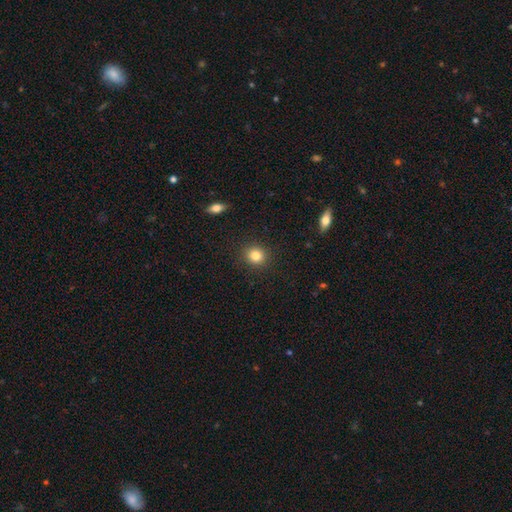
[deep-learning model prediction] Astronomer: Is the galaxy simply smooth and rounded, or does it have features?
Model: smooth — 83%.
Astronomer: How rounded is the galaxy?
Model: round — 85%.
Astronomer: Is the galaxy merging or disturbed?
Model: none — 90%.